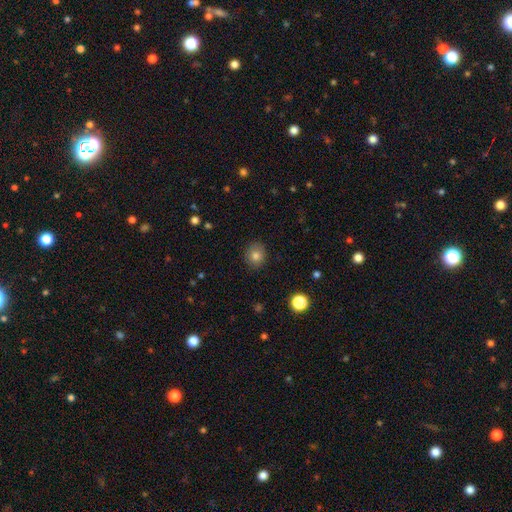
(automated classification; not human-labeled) Q: Smooth or featured?
A: smooth (80%); runner-up: star or artifact (11%)
Q: How rounded?
A: round (79%); runner-up: in between (20%)
Q: Merging?
A: none (88%); runner-up: minor disturbance (8%)